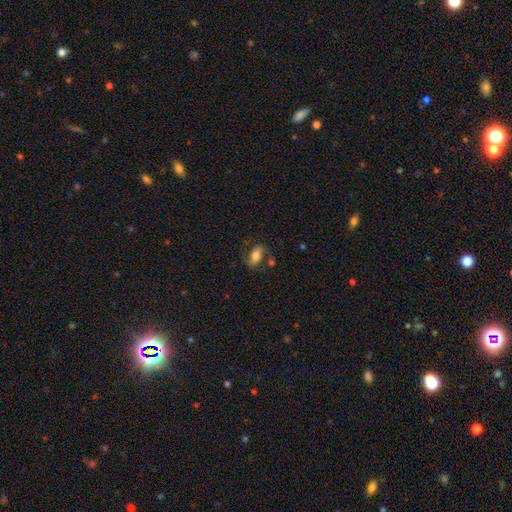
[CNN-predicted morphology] The model was most divided on "smooth or featured": smooth: 47%, featured or disk: 45%, star or artifact: 9%. More confident: merging — none (61%).